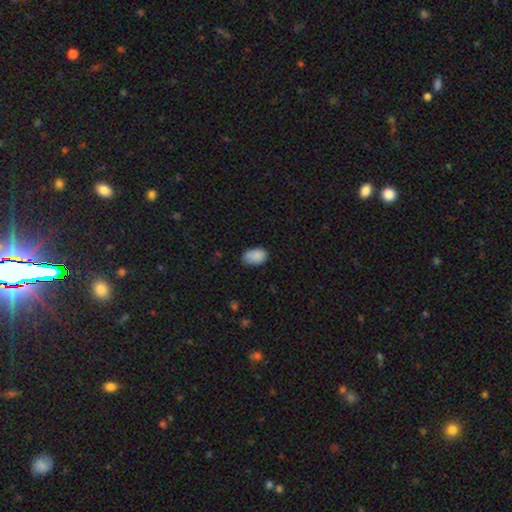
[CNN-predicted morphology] A smooth galaxy with no disk features (88%) that is in between round and cigar-shaped (89%). Merging: none (72%).